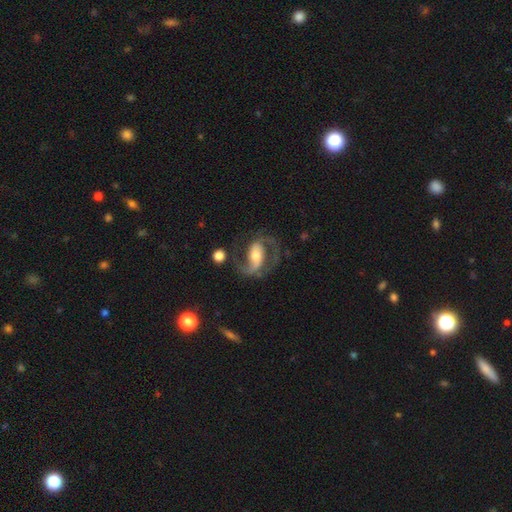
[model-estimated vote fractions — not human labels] smooth_or_featured: featured or disk (p=0.87) [alt: smooth p=0.08]
disk_edge_on: no (p=0.97) [alt: yes p=0.03]
bar: strong (p=0.41) [alt: weak p=0.35]
has_spiral_arms: yes (p=0.95) [alt: no p=0.05]
spiral_winding: medium (p=0.55) [alt: loose p=0.31]
spiral_arm_count: 2 (p=0.89) [alt: 1 p=0.05]
bulge_size: moderate (p=0.58) [alt: small p=0.28]
merging: none (p=0.66) [alt: major disturbance p=0.16]